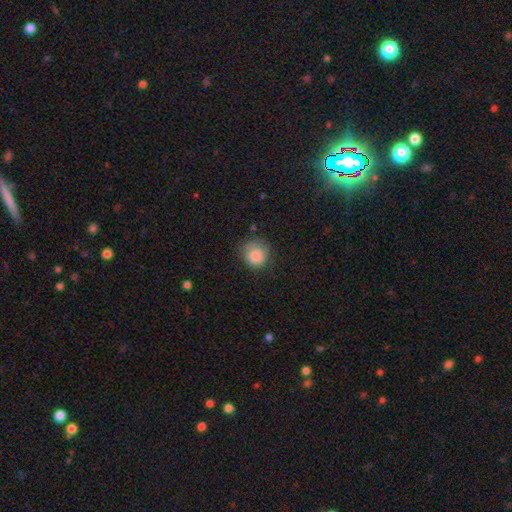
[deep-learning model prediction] Overall: smooth (86%). How rounded: round (88%). Merging: none (68%).